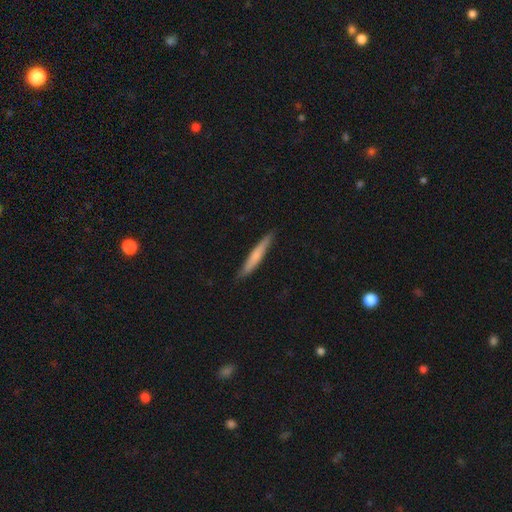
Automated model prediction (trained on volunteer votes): The model was most divided on "smooth or featured": smooth: 65%, featured or disk: 30%, star or artifact: 5%. More confident: how rounded — cigar-shaped (95%); merging — none (86%).